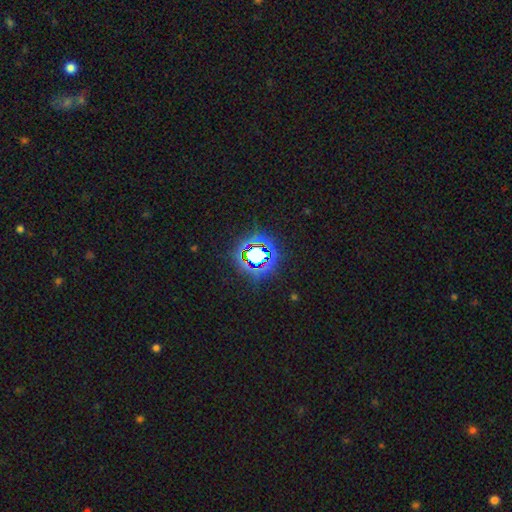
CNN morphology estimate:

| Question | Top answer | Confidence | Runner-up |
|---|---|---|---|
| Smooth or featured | star or artifact | 71% | smooth (18%) |